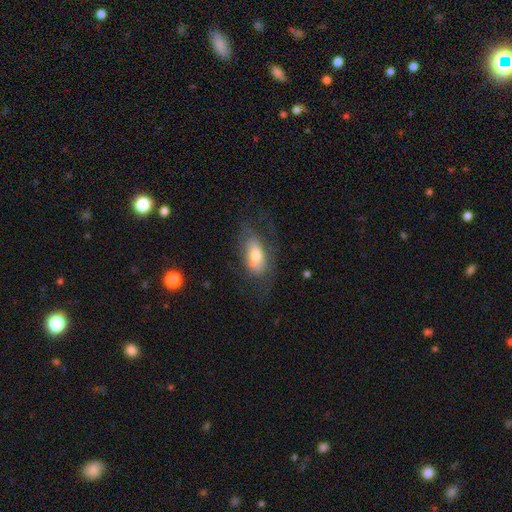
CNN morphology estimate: This appears to be a smooth galaxy with no disk features (53%) that is in between round and cigar-shaped (87%). Merging: none (52%).